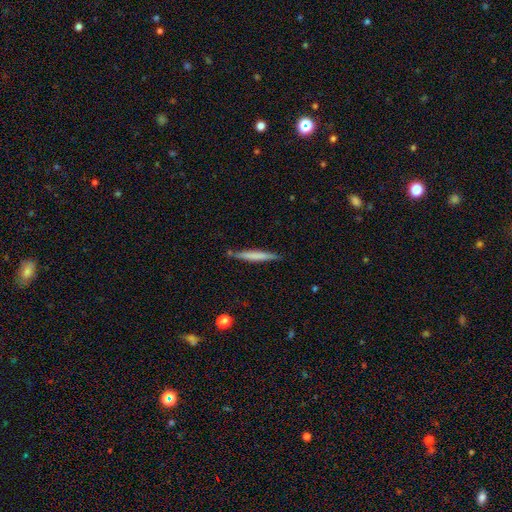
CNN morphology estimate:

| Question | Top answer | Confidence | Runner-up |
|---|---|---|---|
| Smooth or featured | smooth | 62% | featured or disk (32%) |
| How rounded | cigar-shaped | 95% | in between (3%) |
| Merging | none | 83% | minor disturbance (12%) |